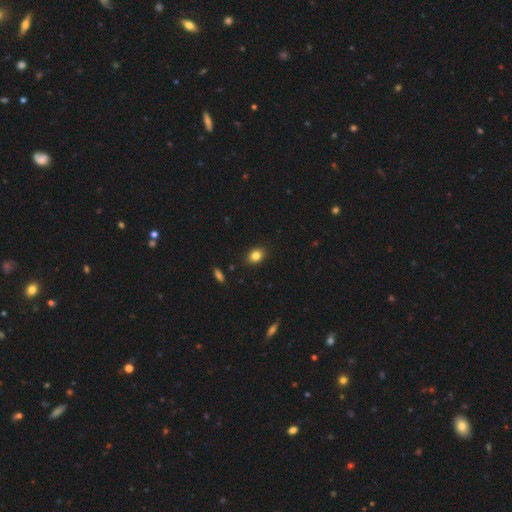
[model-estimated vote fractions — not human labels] Q: Smooth or featured?
A: smooth (83%); runner-up: star or artifact (10%)
Q: How rounded?
A: in between (63%); runner-up: round (36%)
Q: Merging?
A: none (89%); runner-up: minor disturbance (8%)